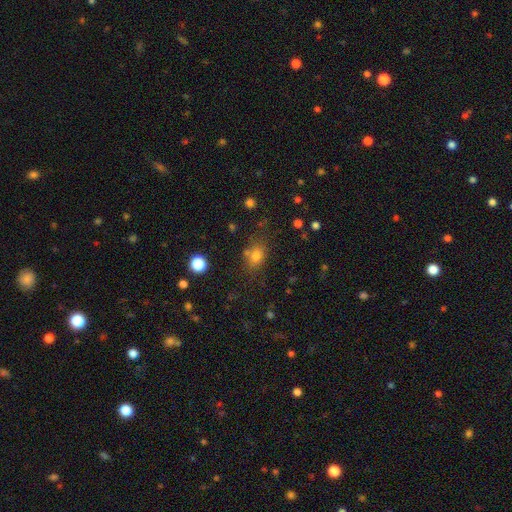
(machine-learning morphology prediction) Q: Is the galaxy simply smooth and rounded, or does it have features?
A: smooth — 75%.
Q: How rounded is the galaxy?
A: in between — 59%.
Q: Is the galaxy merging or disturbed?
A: none — 68%.